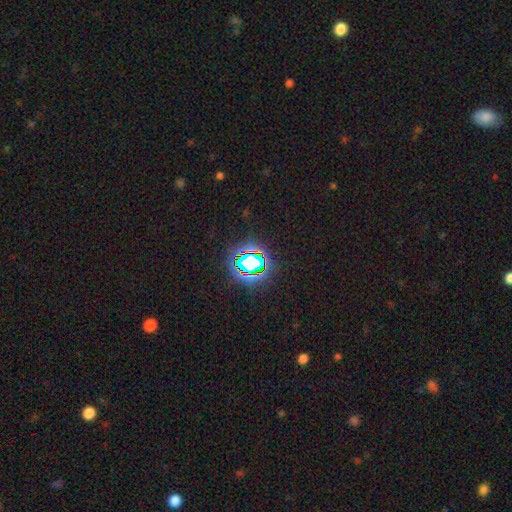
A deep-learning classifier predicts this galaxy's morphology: smooth_or_featured: star or artifact (p=0.68) [alt: smooth p=0.21]